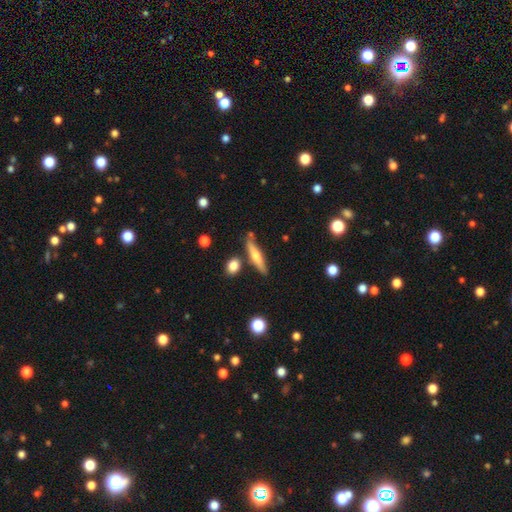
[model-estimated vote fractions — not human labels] A smooth galaxy with no disk features (51%) that is cigar-shaped (83%).

Vote fractions:
- Smooth or featured? smooth: 51% / featured or disk: 42% / star or artifact: 7%
- How rounded? cigar-shaped: 83% / in between: 15% / round: 2%
- Merging? none: 76% / minor disturbance: 13% / merger: 8% / major disturbance: 3%